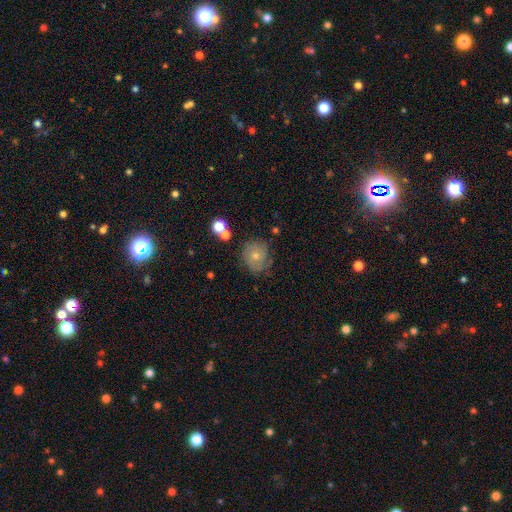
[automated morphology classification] Smooth or featured?
  - smooth: 56% *
  - featured or disk: 33%
  - star or artifact: 11%
How rounded?
  - round: 80% *
  - in between: 19%
  - cigar-shaped: 1%
Merging?
  - none: 63% *
  - minor disturbance: 23%
  - major disturbance: 9%
  - merger: 5%